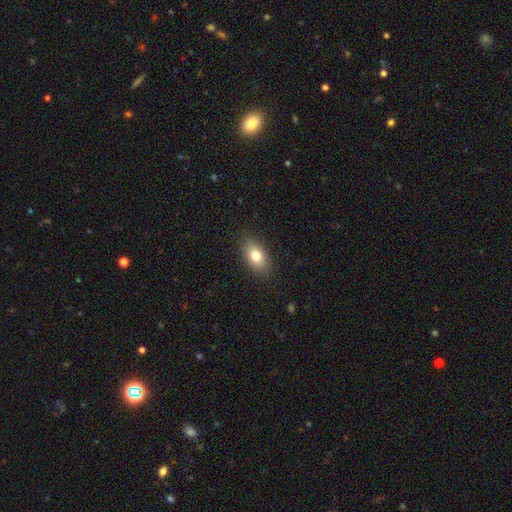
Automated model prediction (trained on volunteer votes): Smooth or featured?
  - smooth: 79% *
  - featured or disk: 12%
  - star or artifact: 9%
How rounded?
  - in between: 87% *
  - round: 11%
  - cigar-shaped: 3%
Merging?
  - none: 88% *
  - minor disturbance: 9%
  - major disturbance: 2%
  - merger: 1%